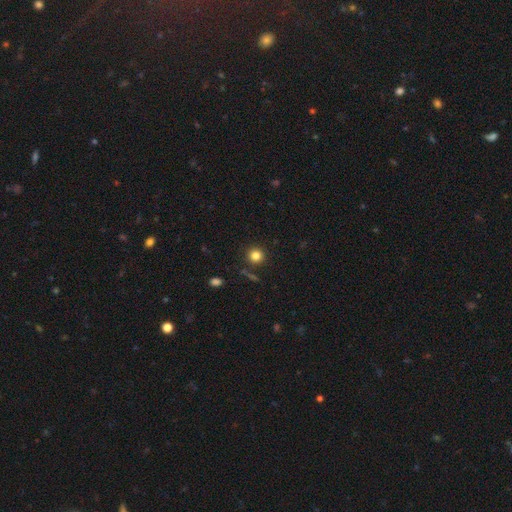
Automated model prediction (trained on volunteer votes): The model was most divided on "smooth or featured": smooth: 81%, star or artifact: 13%, featured or disk: 6%. More confident: how rounded — round (93%); merging — none (87%).